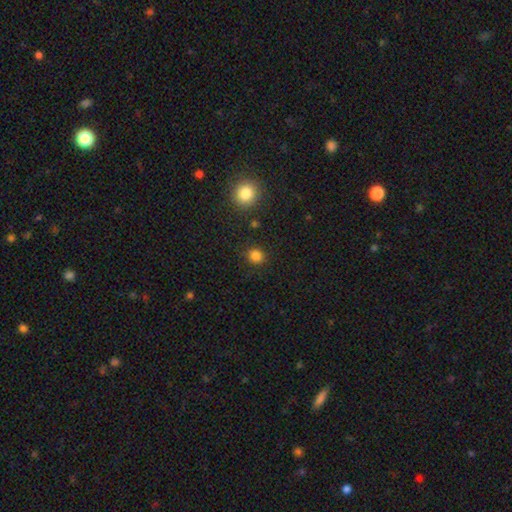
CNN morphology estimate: A smooth galaxy with no disk features (83%) that is round (87%). Merging: none (88%).